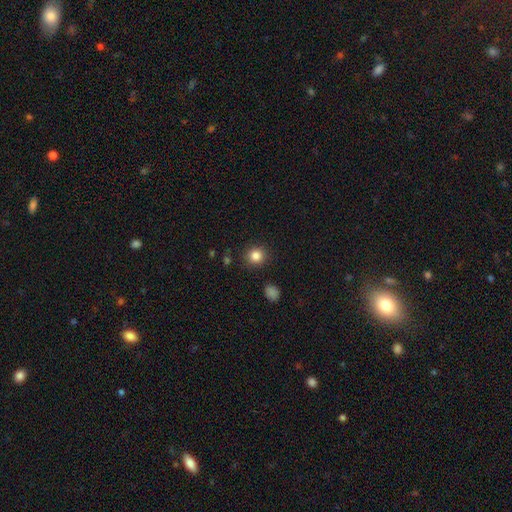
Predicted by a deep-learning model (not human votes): A smooth galaxy with no disk features (84%) that is round (90%). Merging: none (89%).